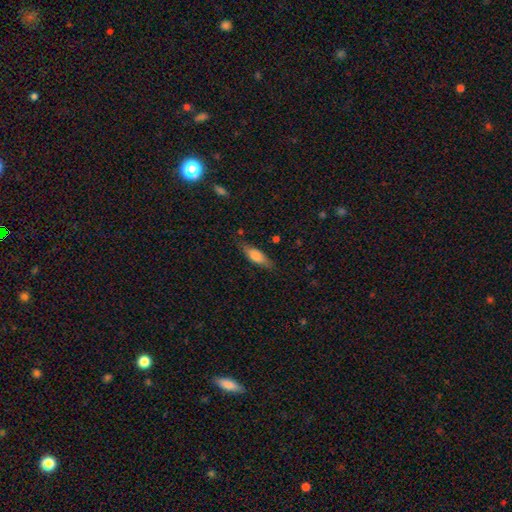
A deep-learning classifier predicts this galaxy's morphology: This is likely a smooth galaxy (72%). How rounded: possibly in between (55%). Merging: likely none (78%).